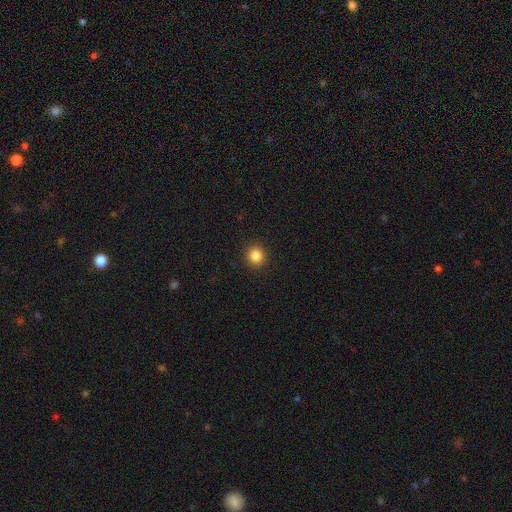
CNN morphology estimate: Overall: smooth (85%). How rounded: round (92%). Merging: none (92%).